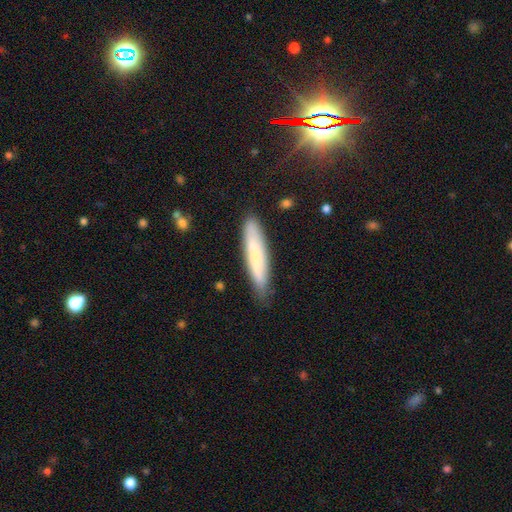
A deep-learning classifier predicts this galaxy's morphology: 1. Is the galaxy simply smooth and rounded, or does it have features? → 66% smooth, 28% featured or disk, 7% star or artifact.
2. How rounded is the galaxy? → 88% cigar-shaped, 10% in between, 1% round.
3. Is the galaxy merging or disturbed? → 82% none, 14% minor disturbance, 2% major disturbance, 2% merger.